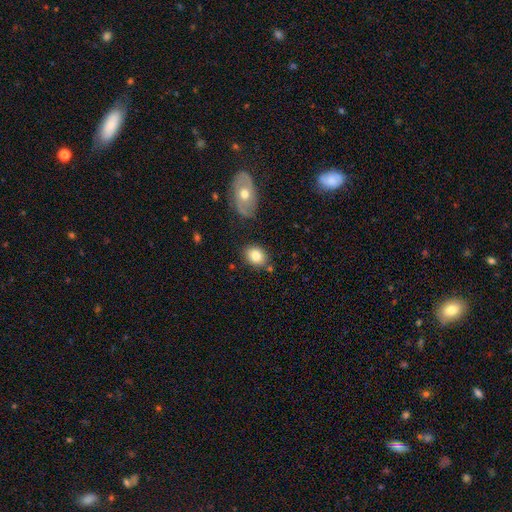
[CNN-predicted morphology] Smooth or featured?
  - smooth: 82% *
  - featured or disk: 10%
  - star or artifact: 8%
How rounded?
  - in between: 61% *
  - round: 38%
  - cigar-shaped: 1%
Merging?
  - none: 77% *
  - minor disturbance: 13%
  - merger: 7%
  - major disturbance: 3%